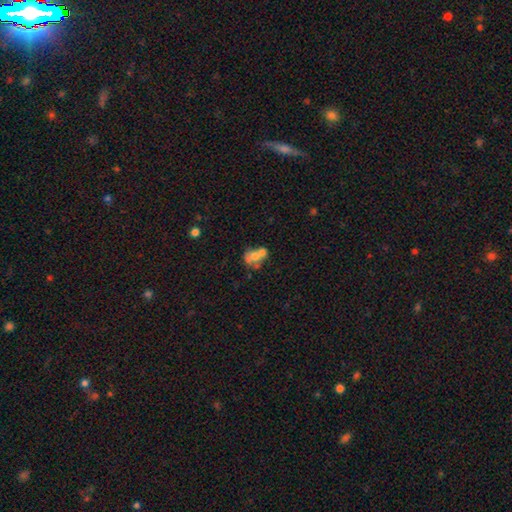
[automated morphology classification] Smooth or featured? smooth (59%)
How rounded? round (50%)
Merging? merger (59%)